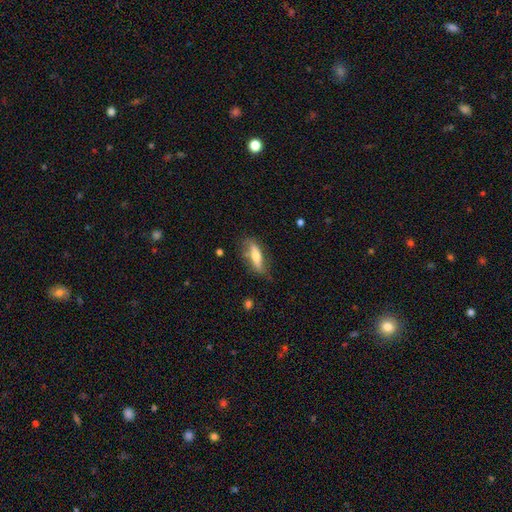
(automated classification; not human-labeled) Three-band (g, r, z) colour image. It shows a smooth galaxy with no disk features (56%) that is in between round and cigar-shaped (51%). Merging: none (70%).